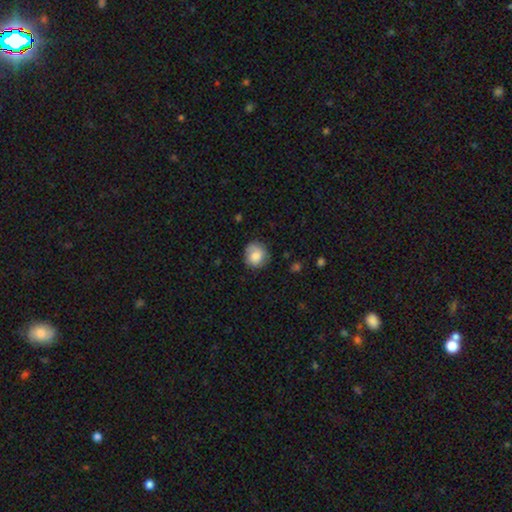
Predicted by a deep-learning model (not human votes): Smooth or featured? Predicted: smooth (p=0.80). How rounded? Predicted: round (p=0.84). Merging? Predicted: none (p=0.74).